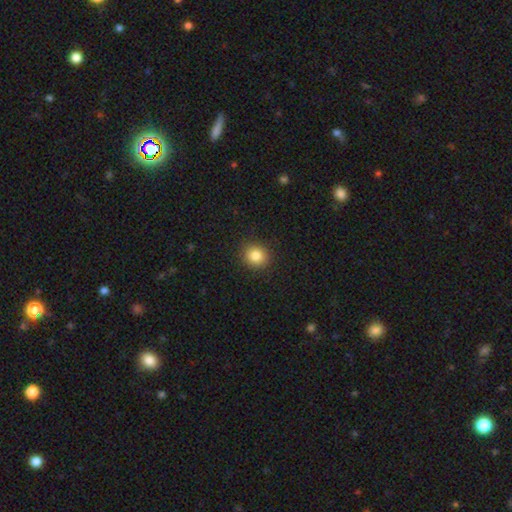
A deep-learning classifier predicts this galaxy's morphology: A smooth galaxy with no disk features (84%) that is round (86%).

Vote fractions:
- Smooth or featured? smooth: 84% / star or artifact: 11% / featured or disk: 5%
- How rounded? round: 86% / in between: 13% / cigar-shaped: 1%
- Merging? none: 91% / minor disturbance: 6% / major disturbance: 2% / merger: 1%